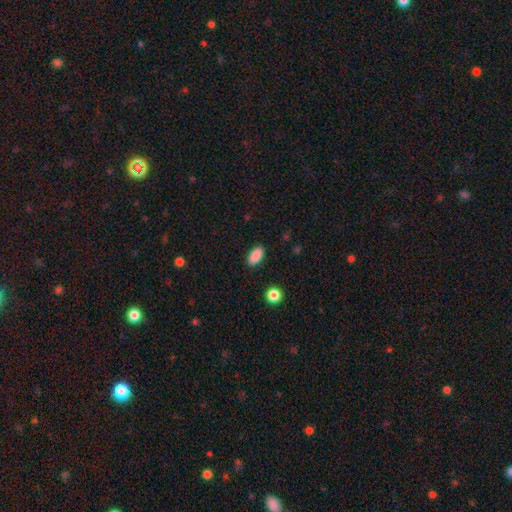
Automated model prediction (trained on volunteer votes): smooth-or-featured: smooth: 88% | star or artifact: 8% | featured or disk: 4%
  how-rounded: in between: 92% | round: 4% | cigar-shaped: 4%
  merging: none: 88% | minor disturbance: 9% | major disturbance: 2% | merger: 1%